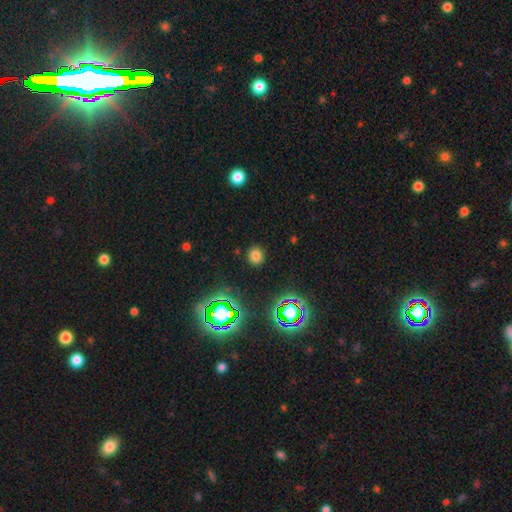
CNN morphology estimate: smooth_or_featured: smooth (p=0.73) [alt: star or artifact p=0.21]
how_rounded: round (p=0.82) [alt: in between p=0.17]
merging: none (p=0.90) [alt: minor disturbance p=0.06]